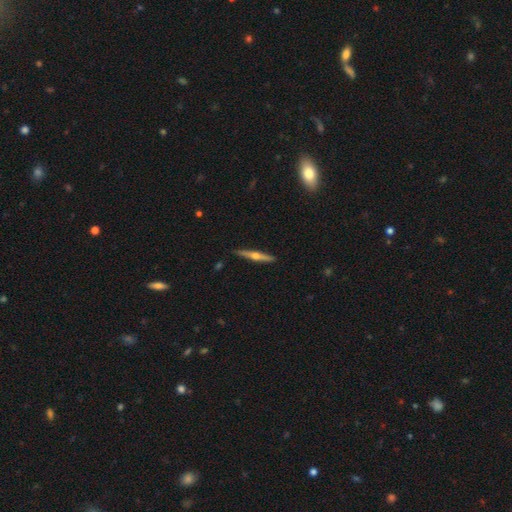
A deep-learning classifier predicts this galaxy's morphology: A featured or disk galaxy (69%) viewed edge-on (98%) with a rounded central bulge (93%). Merging: none (90%).